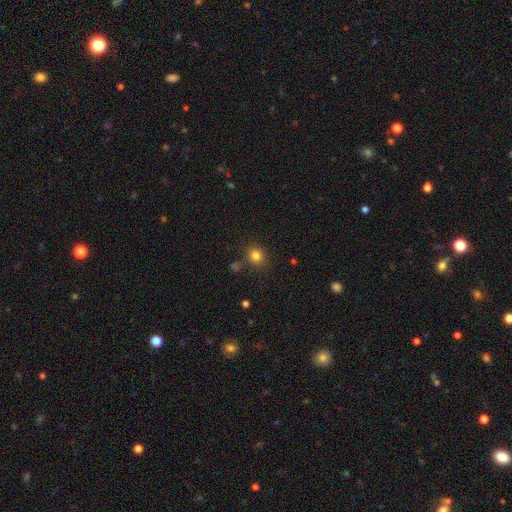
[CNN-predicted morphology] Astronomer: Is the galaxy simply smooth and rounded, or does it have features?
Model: smooth — 81%.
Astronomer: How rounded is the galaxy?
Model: round — 73%.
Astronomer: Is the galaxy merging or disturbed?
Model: none — 80%.